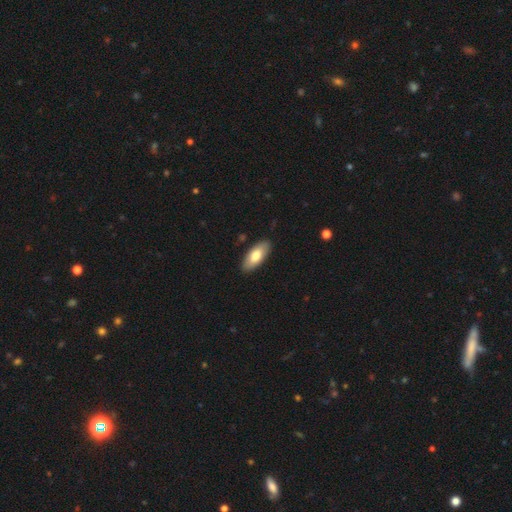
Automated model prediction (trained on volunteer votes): A smooth galaxy with no disk features (76%) that is in between round and cigar-shaped (86%).

Vote fractions:
- Smooth or featured? smooth: 76% / featured or disk: 19% / star or artifact: 5%
- How rounded? in between: 86% / cigar-shaped: 13% / round: 2%
- Merging? none: 89% / minor disturbance: 8% / major disturbance: 2% / merger: 1%